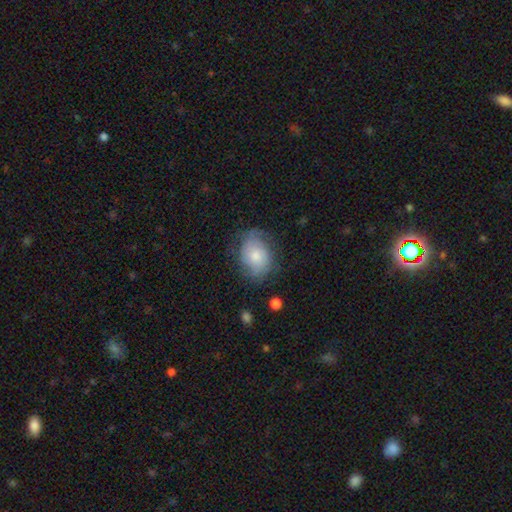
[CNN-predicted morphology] smooth_or_featured: smooth (p=0.56) [alt: featured or disk p=0.37]
how_rounded: in between (p=0.61) [alt: round p=0.38]
merging: none (p=0.60) [alt: minor disturbance p=0.26]